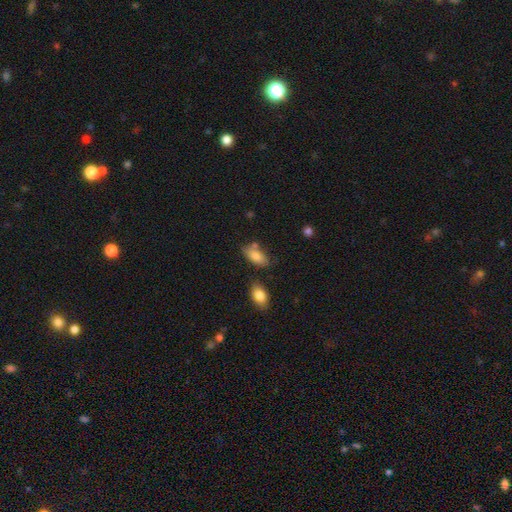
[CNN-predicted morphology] smooth 81%, featured or disk 11%, star or artifact 7%. Down the decision tree: how rounded — in between (90%); merging — none (65%).